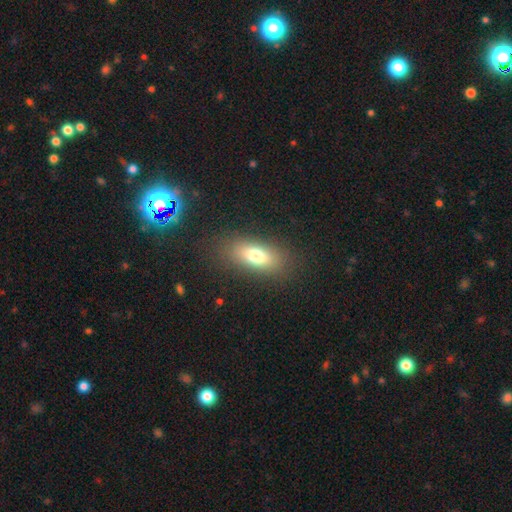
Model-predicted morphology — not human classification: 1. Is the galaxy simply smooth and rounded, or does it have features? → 74% smooth, 16% featured or disk, 10% star or artifact.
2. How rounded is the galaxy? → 79% in between, 16% cigar-shaped, 5% round.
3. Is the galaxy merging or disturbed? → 84% none, 10% minor disturbance, 5% major disturbance, 1% merger.